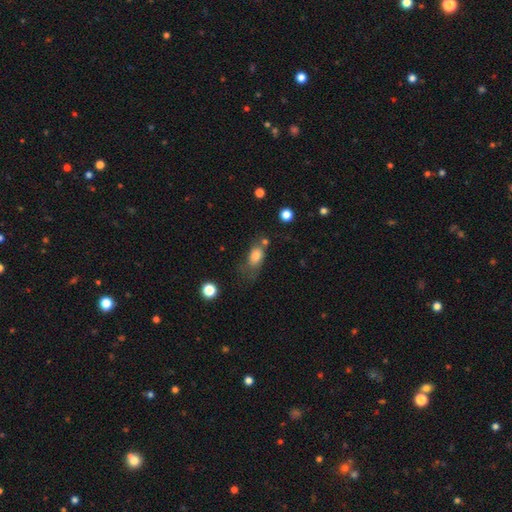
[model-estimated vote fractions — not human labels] Smooth or featured? Predicted: smooth (p=0.80). How rounded? Predicted: in between (p=0.79). Merging? Predicted: none (p=0.42).